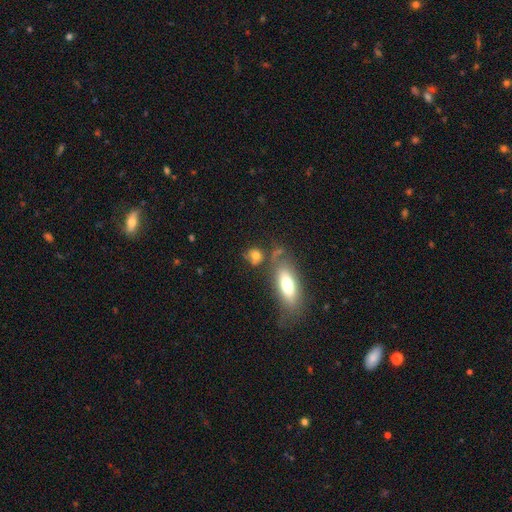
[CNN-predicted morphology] smooth 72%, featured or disk 17%, star or artifact 12%. Down the decision tree: how rounded — round (63%); merging — none (59%).